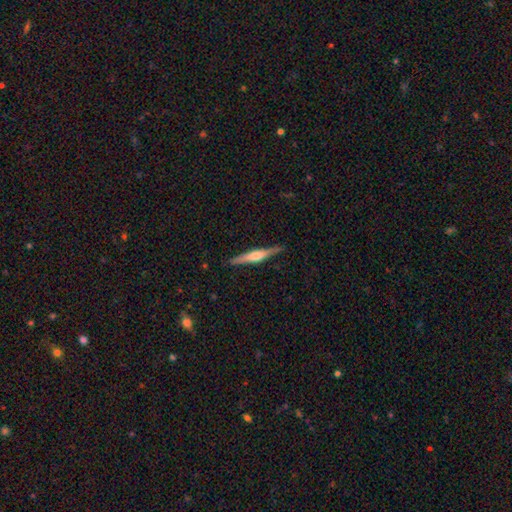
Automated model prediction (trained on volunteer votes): smooth_or_featured: featured or disk (p=0.68) [alt: smooth p=0.26]
disk_edge_on: yes (p=0.98) [alt: no p=0.02]
edge_on_bulge: rounded (p=0.82) [alt: boxy p=0.12]
merging: none (p=0.89) [alt: minor disturbance p=0.08]